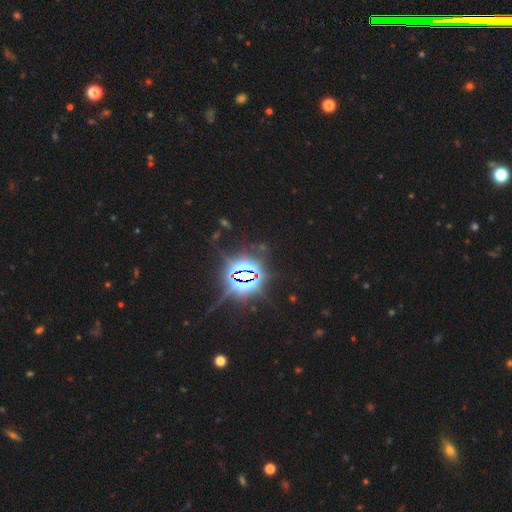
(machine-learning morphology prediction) Overall: star or artifact (86%).